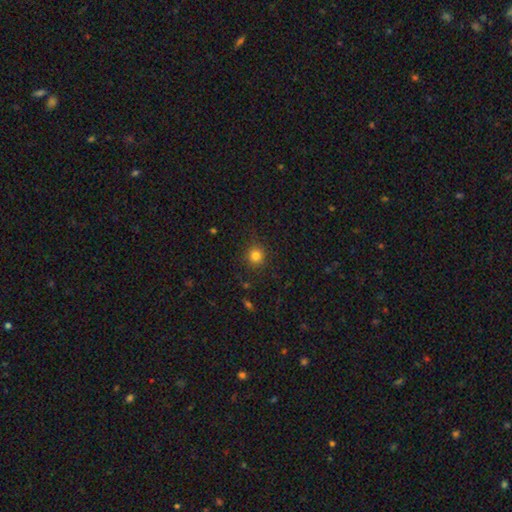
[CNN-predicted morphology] smooth_or_featured: smooth (p=0.82) [alt: star or artifact p=0.13]
how_rounded: round (p=0.90) [alt: in between p=0.09]
merging: none (p=0.86) [alt: minor disturbance p=0.09]